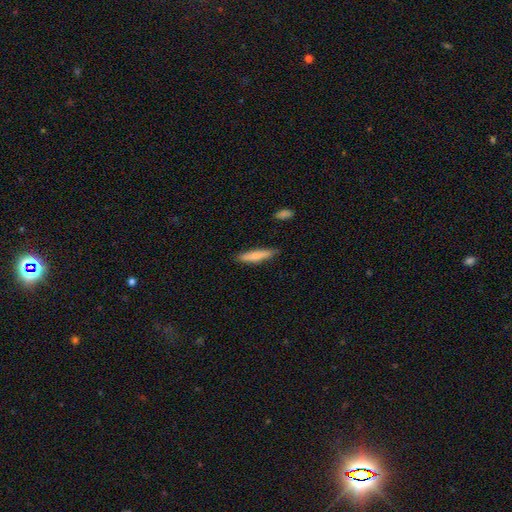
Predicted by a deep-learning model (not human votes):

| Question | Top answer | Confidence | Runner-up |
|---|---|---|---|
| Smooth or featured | smooth | 76% | featured or disk (18%) |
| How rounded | cigar-shaped | 83% | in between (16%) |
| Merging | none | 84% | minor disturbance (12%) |